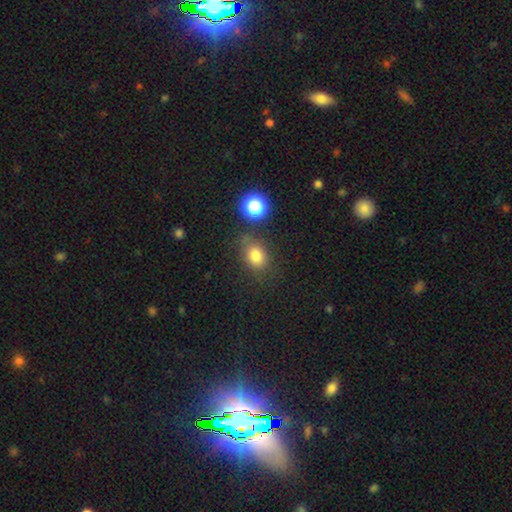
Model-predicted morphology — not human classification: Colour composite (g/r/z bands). It shows a smooth galaxy with no disk features (78%) that is round (51%). Merging: none (70%).